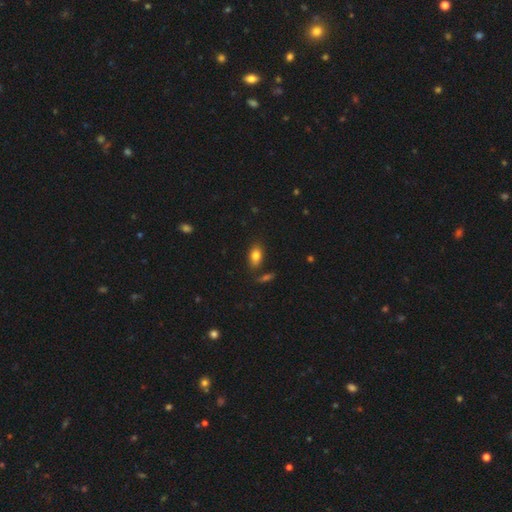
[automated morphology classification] smooth 81%, featured or disk 10%, star or artifact 9%. Down the decision tree: how rounded — in between (87%); merging — none (78%).